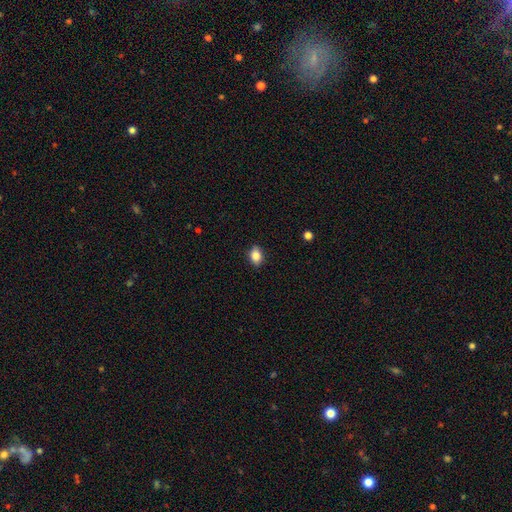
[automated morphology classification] smooth 85%, star or artifact 9%, featured or disk 6%. Down the decision tree: how rounded — in between (73%); merging — none (87%).